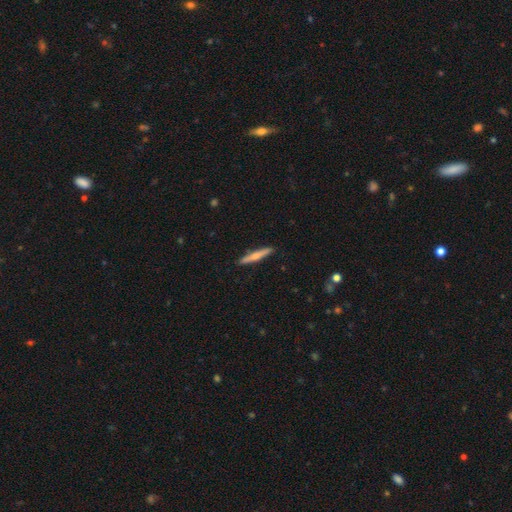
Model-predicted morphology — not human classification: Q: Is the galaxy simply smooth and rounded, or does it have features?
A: smooth — 59%.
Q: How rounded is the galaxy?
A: cigar-shaped — 94%.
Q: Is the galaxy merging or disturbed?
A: none — 90%.